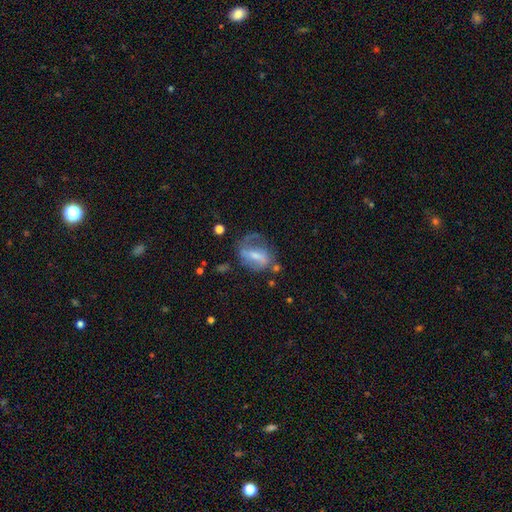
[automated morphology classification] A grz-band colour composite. It shows a featured or disk galaxy (50%). Merging: none (38%).